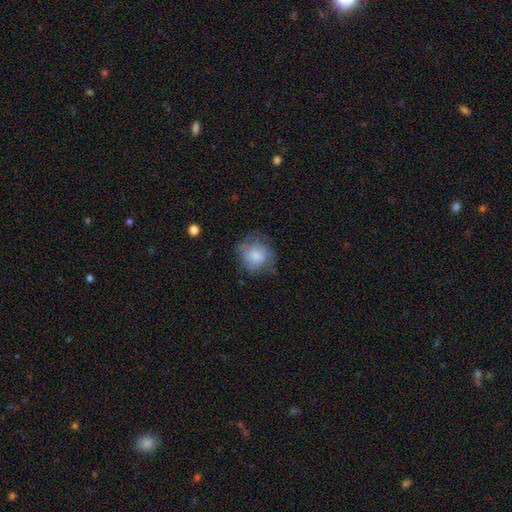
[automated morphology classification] type=smooth (66%); roundness=round (78%); merging=none (55%).